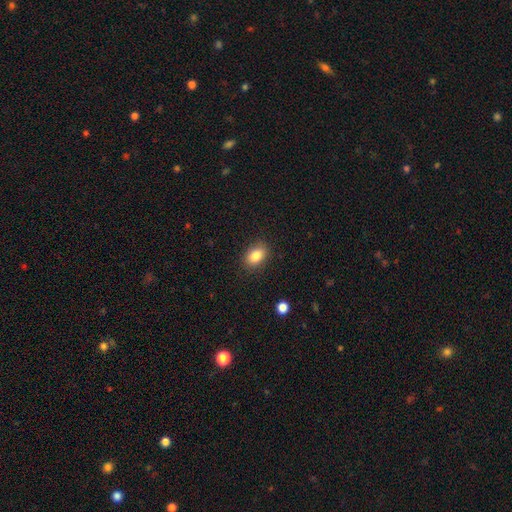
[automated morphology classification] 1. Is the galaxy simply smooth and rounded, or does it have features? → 85% smooth, 9% star or artifact, 6% featured or disk.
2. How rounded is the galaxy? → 83% in between, 16% round, 1% cigar-shaped.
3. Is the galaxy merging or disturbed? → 87% none, 9% minor disturbance, 3% major disturbance, 1% merger.